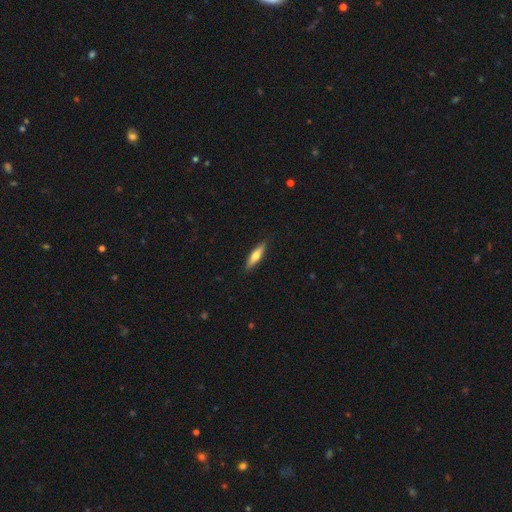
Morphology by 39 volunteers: Smooth or featured?
  - smooth: 54% *
  - featured or disk: 38%
  - star or artifact: 8%
How rounded?
  - cigar-shaped: 81% *
  - in between: 19%
  - round: 0%
Merging?
  - none: 81% *
  - minor disturbance: 14%
  - major disturbance: 6%
  - merger: 0%